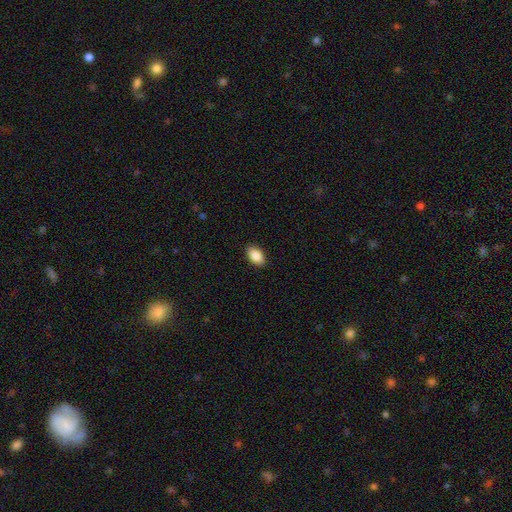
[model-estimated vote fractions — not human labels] A smooth galaxy with no disk features (89%) that is in between round and cigar-shaped (92%). Merging: none (89%).